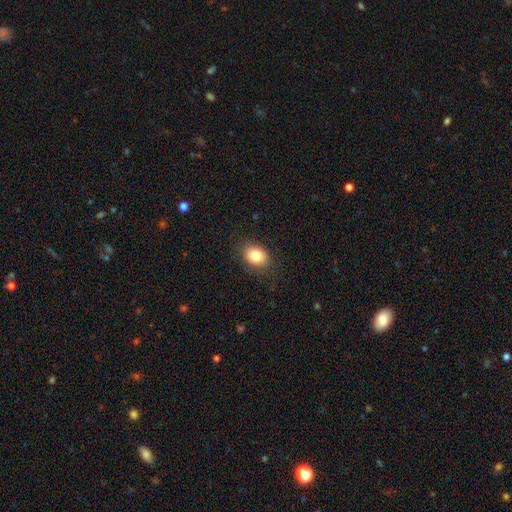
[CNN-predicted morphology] Smooth or featured? smooth (83%)
How rounded? in between (63%)
Merging? none (85%)